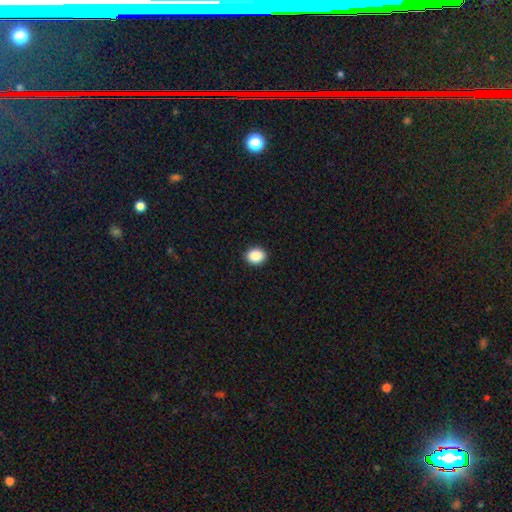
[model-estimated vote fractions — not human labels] Q: Smooth or featured?
A: smooth (88%); runner-up: star or artifact (9%)
Q: How rounded?
A: round (57%); runner-up: in between (42%)
Q: Merging?
A: none (92%); runner-up: minor disturbance (6%)